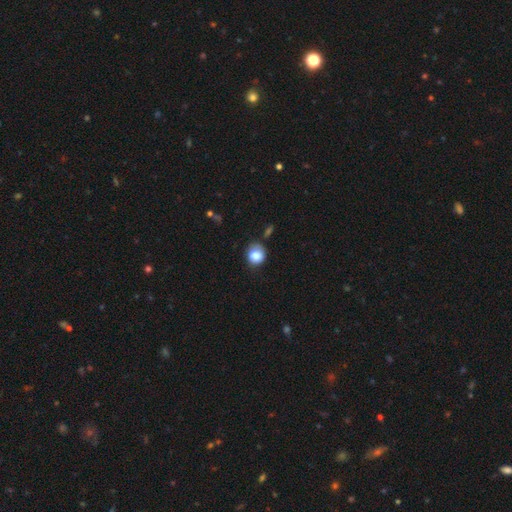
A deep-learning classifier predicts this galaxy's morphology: smooth 83%, star or artifact 9%, featured or disk 8%. Down the decision tree: how rounded — round (70%); merging — none (53%).